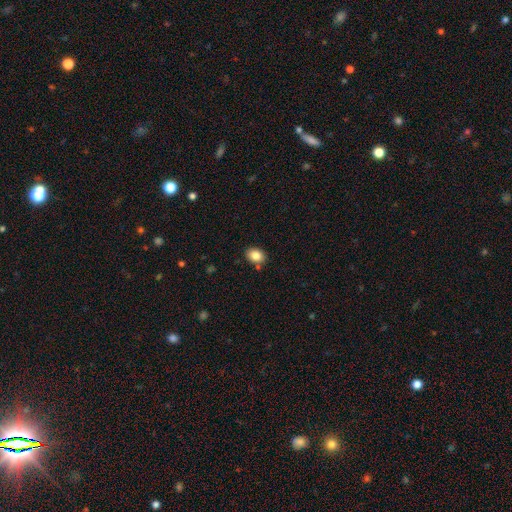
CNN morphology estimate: smooth 85%, star or artifact 9%, featured or disk 6%. Down the decision tree: how rounded — in between (64%); merging — none (83%).